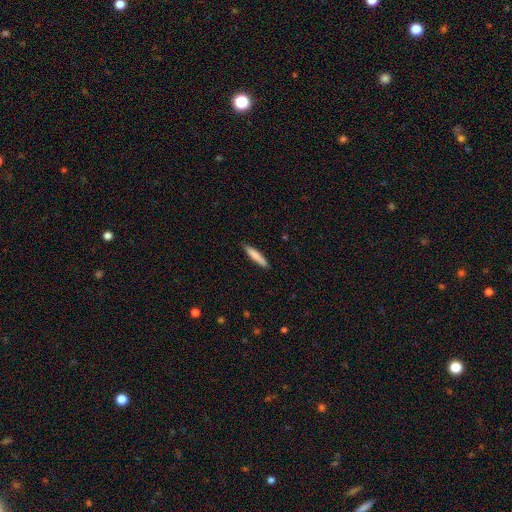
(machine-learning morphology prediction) smooth 80%, featured or disk 14%, star or artifact 6%. Down the decision tree: how rounded — cigar-shaped (90%); merging — none (88%).